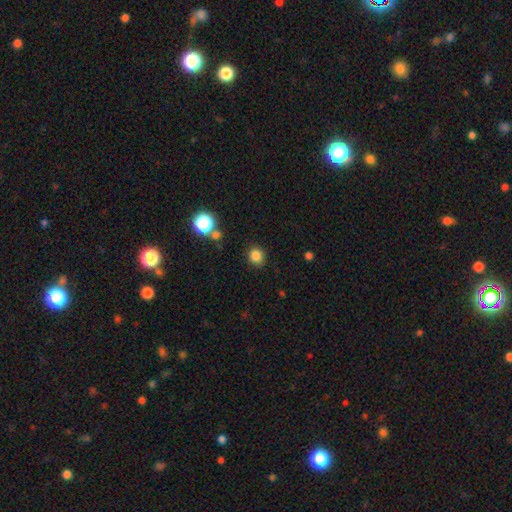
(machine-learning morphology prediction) A smooth galaxy with no disk features (83%) that is round (86%). Merging: none (86%).